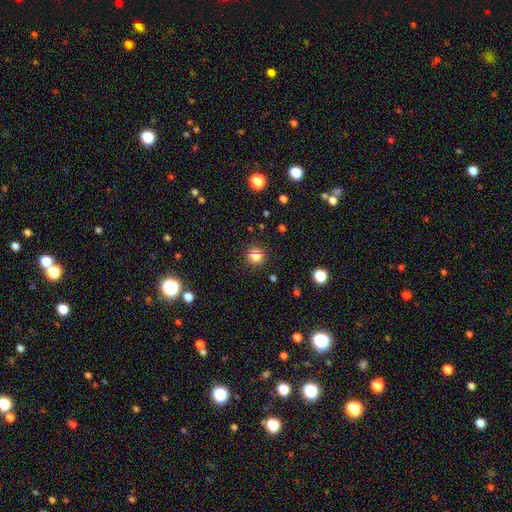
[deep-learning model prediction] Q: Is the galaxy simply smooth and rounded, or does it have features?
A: smooth — 81%.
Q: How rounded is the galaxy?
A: round — 89%.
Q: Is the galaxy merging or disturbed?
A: none — 86%.